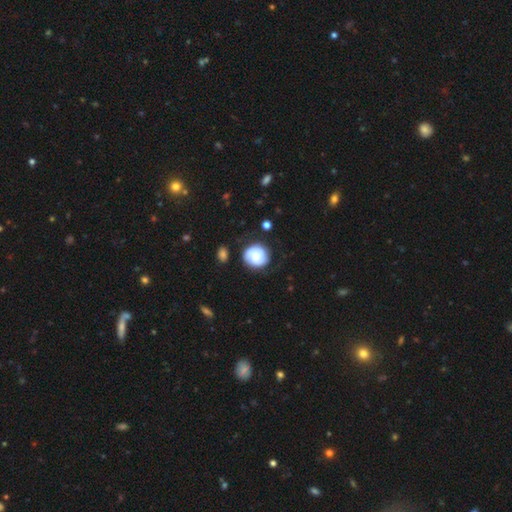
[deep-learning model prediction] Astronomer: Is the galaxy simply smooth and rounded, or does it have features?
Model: smooth — 53% (runner-up: featured or disk, 39%).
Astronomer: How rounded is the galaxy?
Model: round — 84%.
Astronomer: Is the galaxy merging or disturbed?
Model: none — 73%.